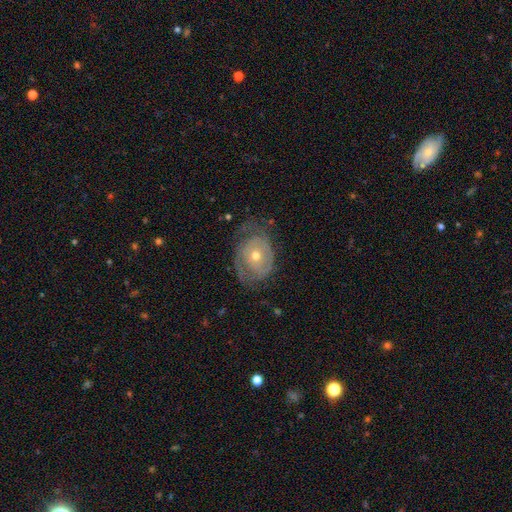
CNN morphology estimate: Smooth or featured: featured or disk — 71% (smooth — 22%)
Edge-on disk: no — 96% (yes — 4%)
Bar: no — 81% (weak — 15%)
Spiral arms: yes — 72% (no — 28%)
Bulge size: moderate — 57% (small — 40%)
Merging: none — 56% (minor disturbance — 26%)